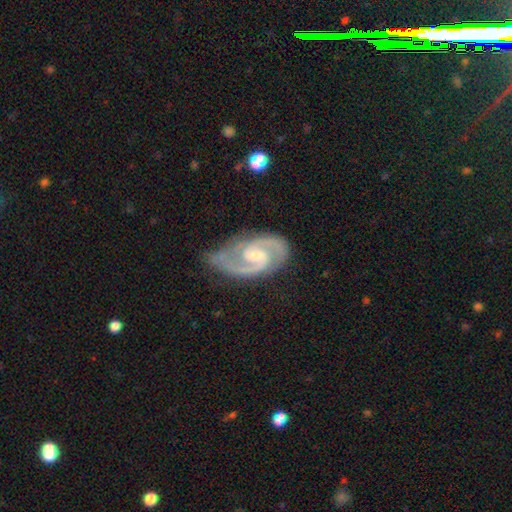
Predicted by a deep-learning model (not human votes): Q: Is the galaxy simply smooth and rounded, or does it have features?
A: featured or disk — 93%.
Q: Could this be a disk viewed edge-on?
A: no — 98%.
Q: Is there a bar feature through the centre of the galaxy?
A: weak — 47%.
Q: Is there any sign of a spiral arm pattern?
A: yes — 99%.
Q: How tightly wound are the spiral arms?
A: medium — 56%.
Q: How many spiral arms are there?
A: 2 — 93%.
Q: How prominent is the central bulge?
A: small — 60%.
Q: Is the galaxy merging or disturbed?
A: none — 70%.